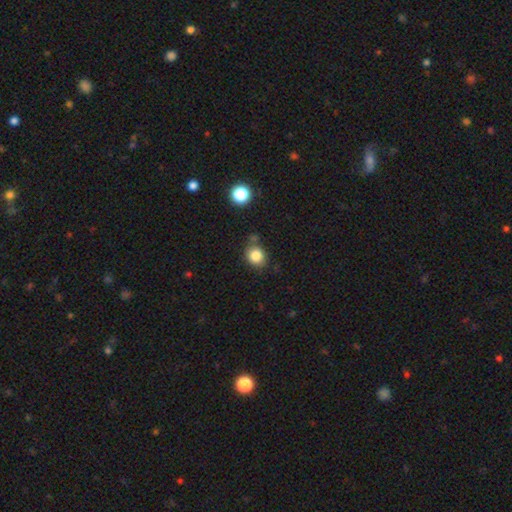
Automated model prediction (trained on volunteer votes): smooth 84%, star or artifact 11%, featured or disk 5%. Down the decision tree: how rounded — round (77%); merging — none (74%).